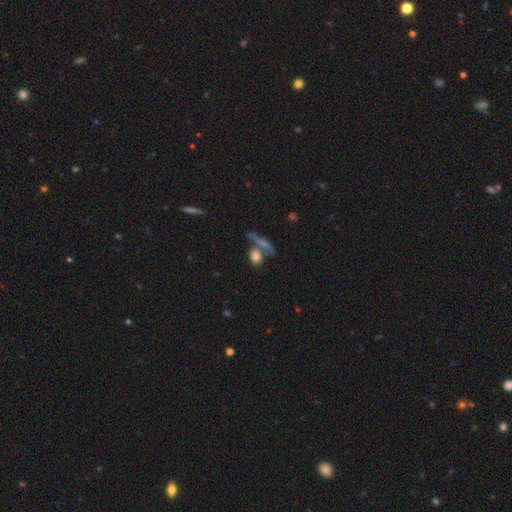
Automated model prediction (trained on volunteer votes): A smooth galaxy with no disk features (74%) that is in between round and cigar-shaped (51%).

Vote fractions:
- Smooth or featured? smooth: 74% / featured or disk: 14% / star or artifact: 12%
- How rounded? in between: 51% / round: 40% / cigar-shaped: 9%
- Merging? none: 47% / merger: 36% / minor disturbance: 11% / major disturbance: 7%